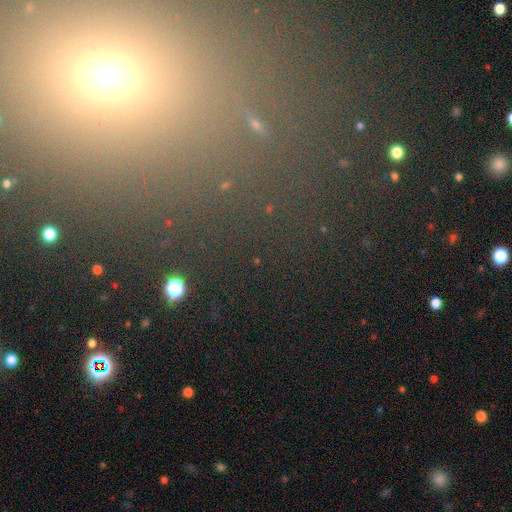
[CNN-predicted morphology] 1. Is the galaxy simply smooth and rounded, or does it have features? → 63% star or artifact, 26% smooth, 11% featured or disk.